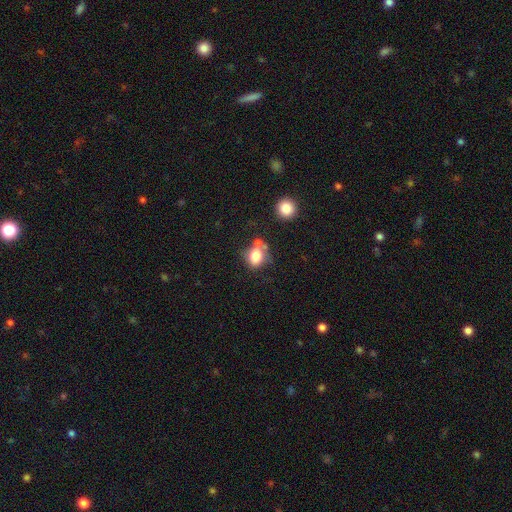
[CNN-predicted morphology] This is likely a smooth galaxy (78%). How rounded: likely round (61%). Merging: possibly none (52%).